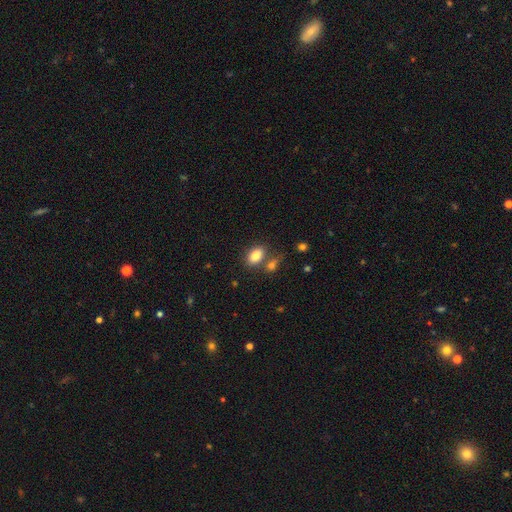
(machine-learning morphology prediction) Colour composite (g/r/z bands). It shows a smooth galaxy with no disk features (84%) that is in between round and cigar-shaped (88%). Merging: none (63%).